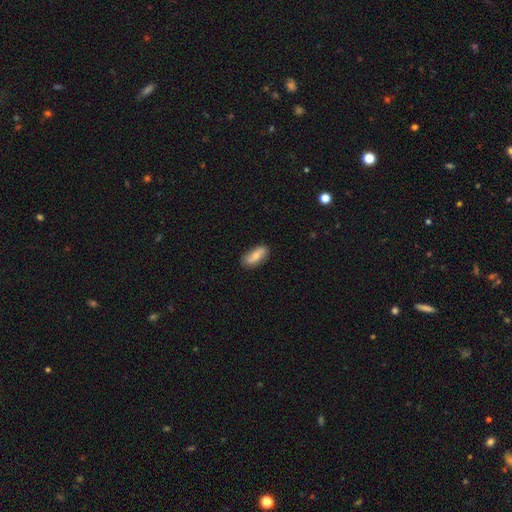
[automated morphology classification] This appears to be a smooth galaxy with no disk features (56%) that is in between round and cigar-shaped (79%). Merging: none (81%).